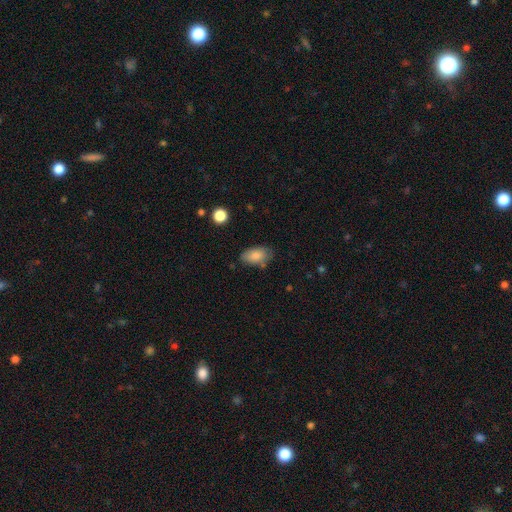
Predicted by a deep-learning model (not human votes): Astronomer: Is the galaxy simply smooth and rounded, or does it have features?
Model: smooth — 83%.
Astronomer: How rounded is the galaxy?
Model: in between — 93%.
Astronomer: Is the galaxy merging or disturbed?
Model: none — 74%.